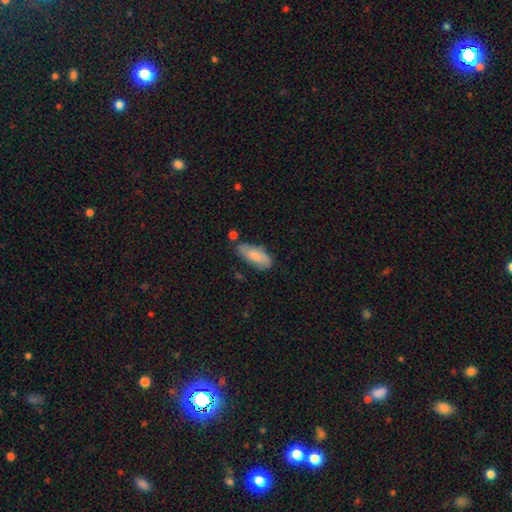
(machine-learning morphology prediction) Q: Smooth or featured?
A: smooth (72%); runner-up: featured or disk (22%)
Q: How rounded?
A: in between (85%); runner-up: cigar-shaped (13%)
Q: Merging?
A: none (60%); runner-up: minor disturbance (27%)